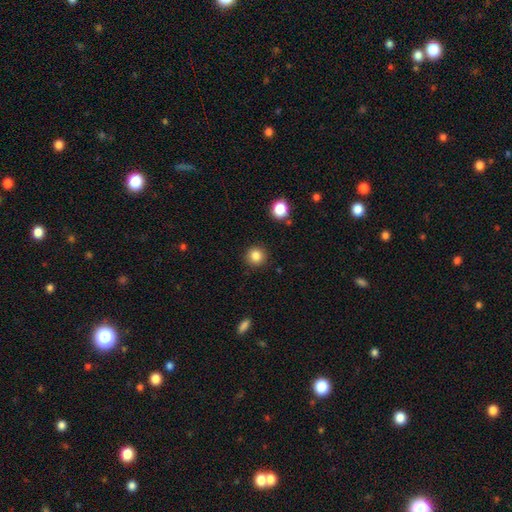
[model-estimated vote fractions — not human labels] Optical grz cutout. It shows a smooth galaxy with no disk features (84%) that is round (93%). Merging: none (91%).